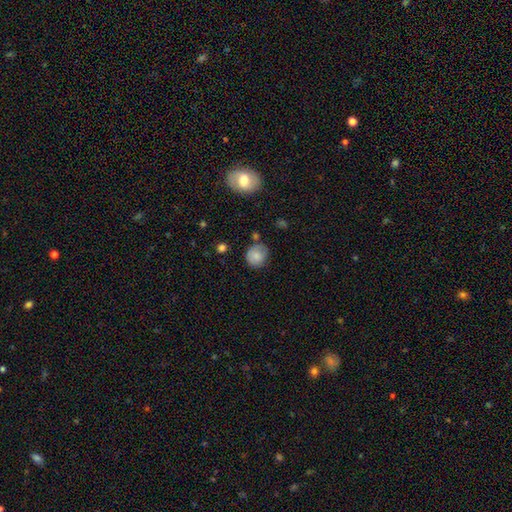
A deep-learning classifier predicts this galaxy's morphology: smooth_or_featured: smooth (p=0.81) [alt: featured or disk p=0.11]
how_rounded: round (p=0.83) [alt: in between p=0.16]
merging: none (p=0.72) [alt: minor disturbance p=0.20]